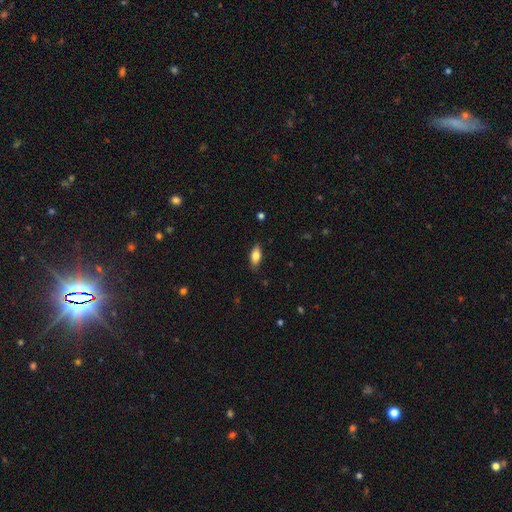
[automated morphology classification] A smooth galaxy with no disk features (78%) that is in between round and cigar-shaped (84%). Merging: none (83%).